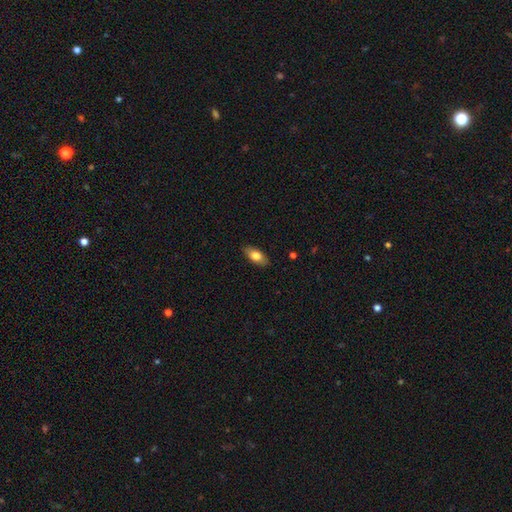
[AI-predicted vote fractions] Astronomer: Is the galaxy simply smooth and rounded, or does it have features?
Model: smooth — 77%.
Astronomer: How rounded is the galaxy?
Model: in between — 88%.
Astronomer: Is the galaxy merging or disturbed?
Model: none — 86%.